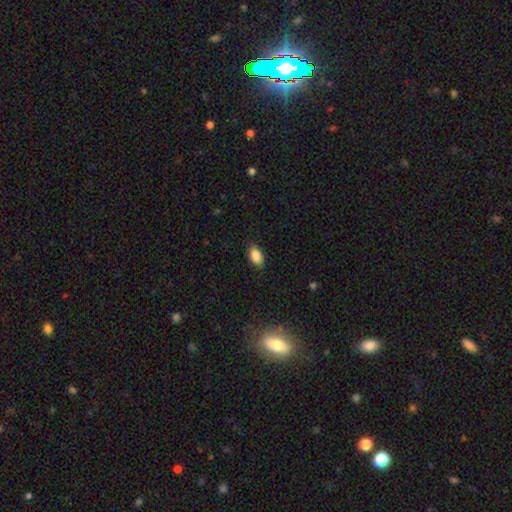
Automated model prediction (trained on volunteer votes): The model was most divided on "merging": none: 86%, minor disturbance: 11%, major disturbance: 2%, merger: 1%. More confident: how rounded — in between (91%); smooth or featured — smooth (87%).